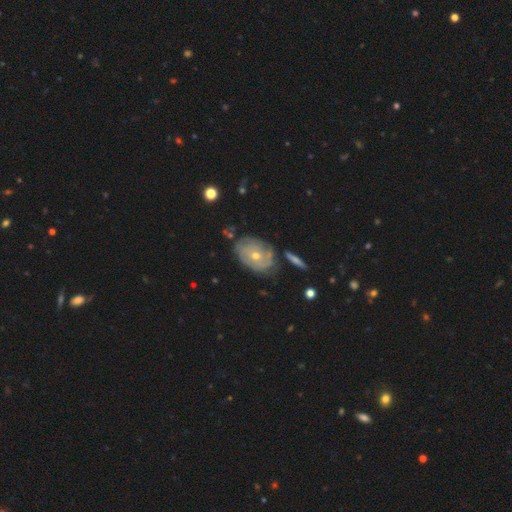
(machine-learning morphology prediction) Smooth or featured? Predicted: featured or disk (p=0.73). Edge-on disk? Predicted: no (p=0.94). Bar? Predicted: no (p=0.81). Spiral arms? Predicted: yes (p=0.79). Spiral winding? Predicted: tight (p=0.75). Spiral arm count? Predicted: can't tell (p=0.53). Bulge size? Predicted: small (p=0.51). Merging? Predicted: none (p=0.67).